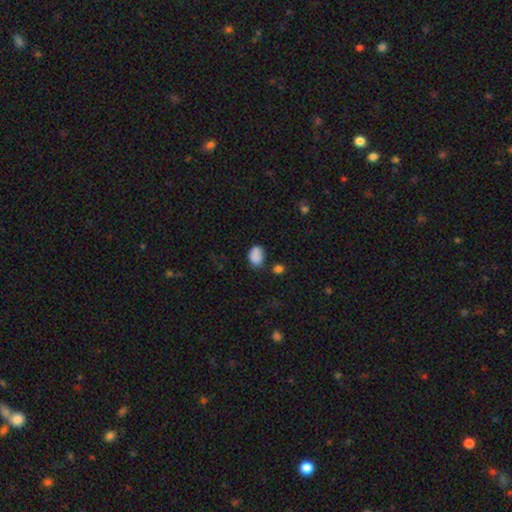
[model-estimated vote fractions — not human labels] Morphology: type=smooth (85%); roundness=in between (76%); merging=none (58%).